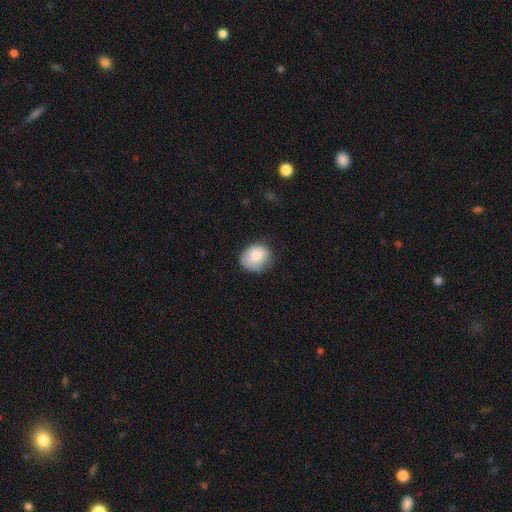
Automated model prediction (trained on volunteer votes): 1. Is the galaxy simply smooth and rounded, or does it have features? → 83% smooth, 10% featured or disk, 7% star or artifact.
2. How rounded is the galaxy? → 59% round, 40% in between, 1% cigar-shaped.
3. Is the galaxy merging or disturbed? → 61% none, 30% minor disturbance, 8% major disturbance, 2% merger.